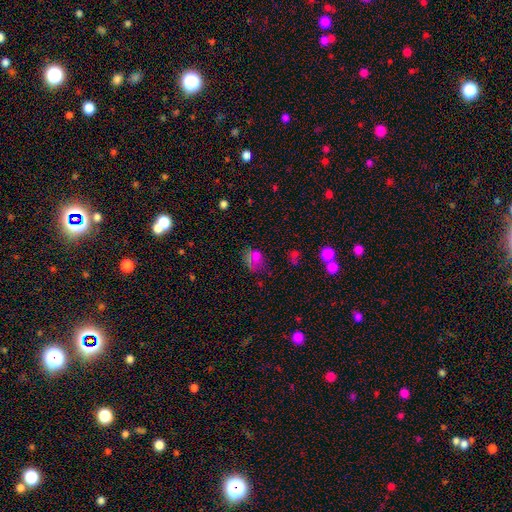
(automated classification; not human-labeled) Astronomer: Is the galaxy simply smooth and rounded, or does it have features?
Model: smooth — 65%.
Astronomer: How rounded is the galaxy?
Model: in between — 57% (runner-up: round, 42%).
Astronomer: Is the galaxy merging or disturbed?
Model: none — 41% (runner-up: minor disturbance, 25%).